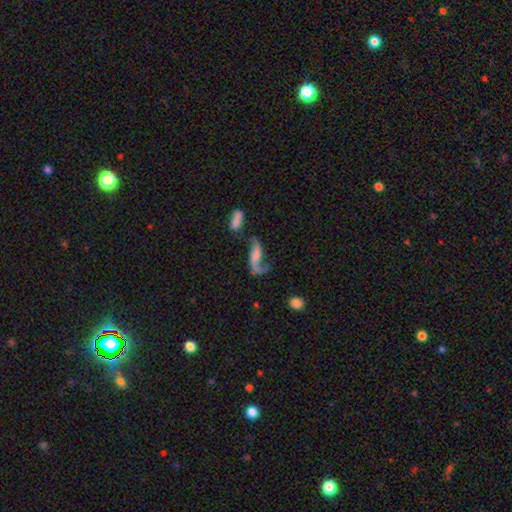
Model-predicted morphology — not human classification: This is likely a featured or disk galaxy (77%). It is clearly not viewed edge-on (92%). Bar: possibly no (49%). Spiral arm pattern: clearly yes (90%). Spiral arm count: likely 2 (75%). Spiral winding: clearly loose (85%). Central bulge: marginally none (34%). Merging: marginally none (43%).